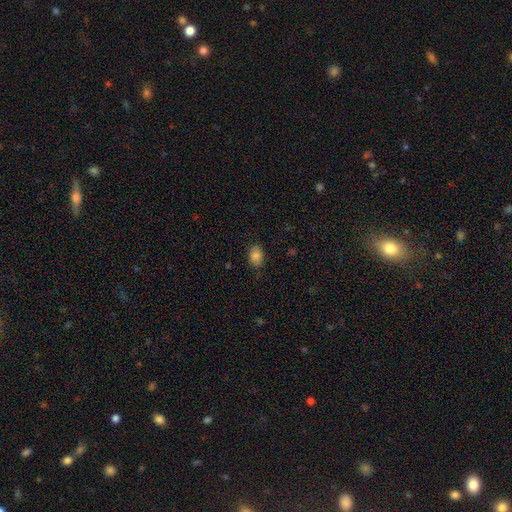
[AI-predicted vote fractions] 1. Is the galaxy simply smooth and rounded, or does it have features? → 83% smooth, 10% star or artifact, 7% featured or disk.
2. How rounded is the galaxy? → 74% in between, 25% round, 1% cigar-shaped.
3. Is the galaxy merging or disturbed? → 82% none, 14% minor disturbance, 3% major disturbance, 1% merger.